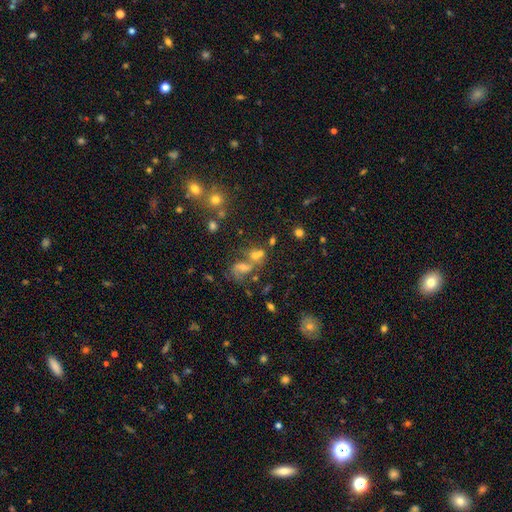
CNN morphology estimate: Overall: smooth (36%; featured or disk 35%). Merging: merger (43%; none 36%).